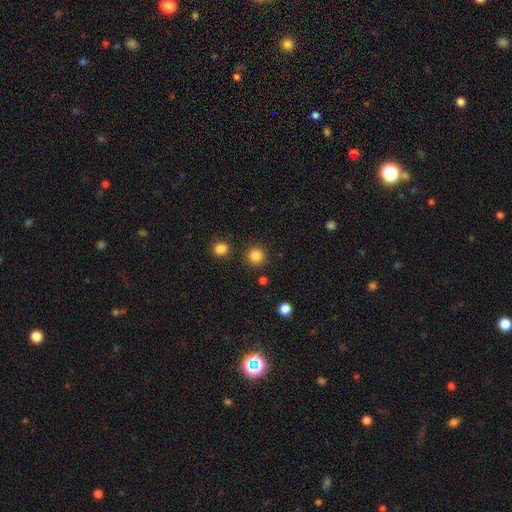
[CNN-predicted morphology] smooth_or_featured: smooth (p=0.85) [alt: star or artifact p=0.12]
how_rounded: round (p=0.94) [alt: in between p=0.05]
merging: none (p=0.88) [alt: minor disturbance p=0.06]